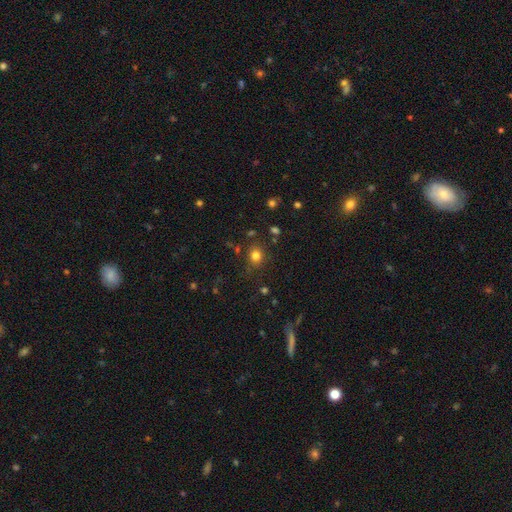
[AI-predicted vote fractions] A smooth galaxy with no disk features (79%) that is round (73%).

Vote fractions:
- Smooth or featured? smooth: 79% / star or artifact: 15% / featured or disk: 6%
- How rounded? round: 73% / in between: 26% / cigar-shaped: 1%
- Merging? none: 82% / minor disturbance: 11% / major disturbance: 4% / merger: 3%